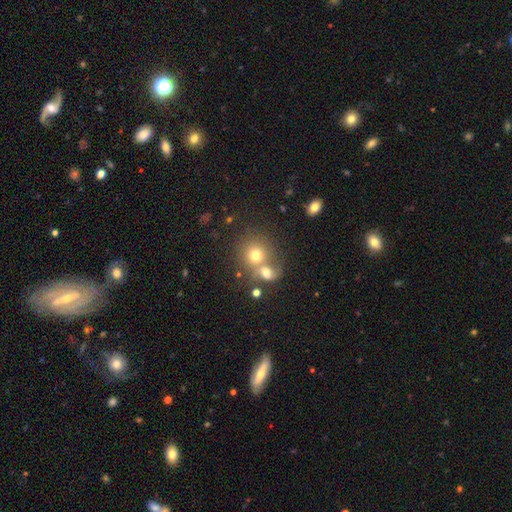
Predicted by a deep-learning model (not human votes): smooth 71%, featured or disk 16%, star or artifact 13%. Down the decision tree: how rounded — round (82%); merging — merger (47%).